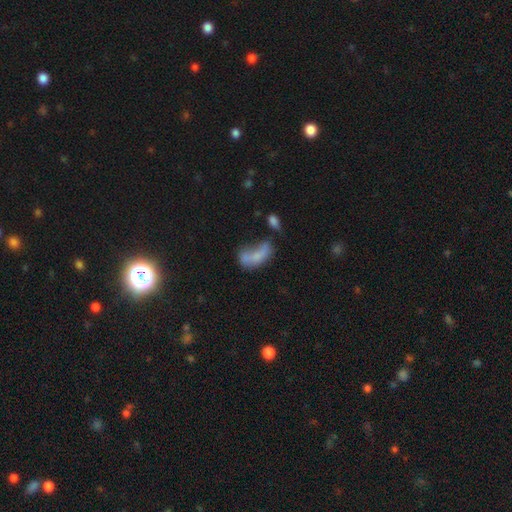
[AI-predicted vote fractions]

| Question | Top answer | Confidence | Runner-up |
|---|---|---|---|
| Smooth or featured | smooth | 62% | featured or disk (26%) |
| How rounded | in between | 82% | cigar-shaped (12%) |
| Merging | major disturbance | 31% | merger (30%) |